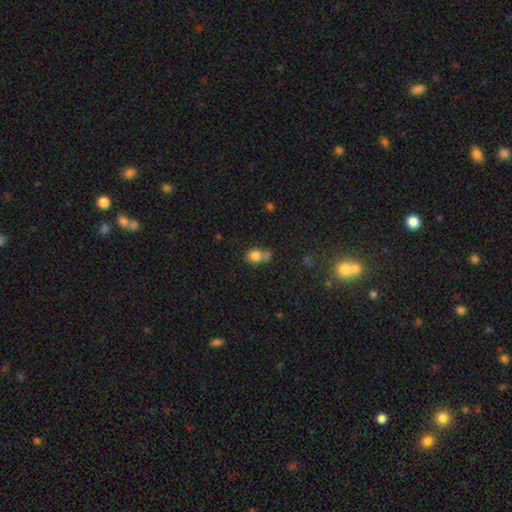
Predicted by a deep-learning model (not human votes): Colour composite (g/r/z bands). It shows a smooth galaxy with no disk features (80%) that is round (61%). Merging: none (41%).